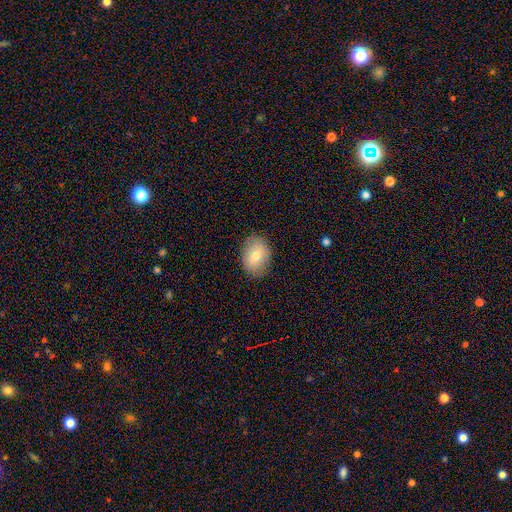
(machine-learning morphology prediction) smooth_or_featured: smooth (p=0.74) [alt: featured or disk p=0.18]
how_rounded: in between (p=0.66) [alt: round p=0.33]
merging: none (p=0.85) [alt: minor disturbance p=0.11]